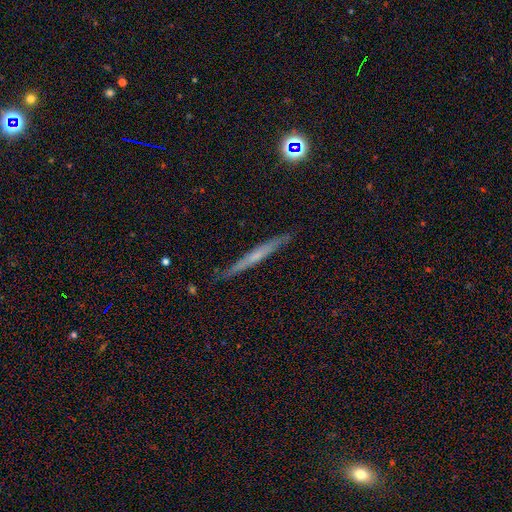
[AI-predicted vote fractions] Overall: featured or disk (59%; smooth 32%). Edge-on disk: yes (95%). Edge-on bulge: none (64%; rounded 28%). Merging: none (87%).